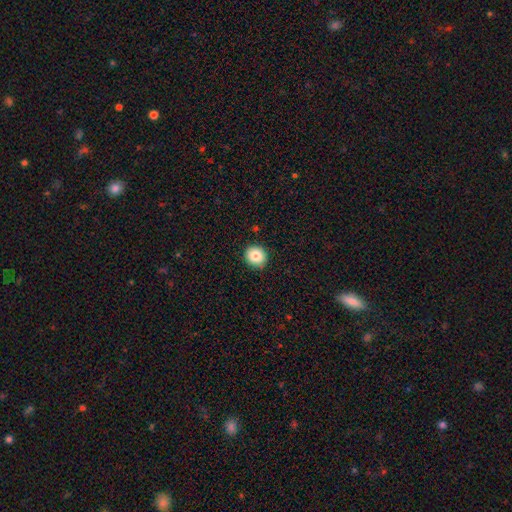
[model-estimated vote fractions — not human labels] smooth 84%, star or artifact 9%, featured or disk 7%. Down the decision tree: how rounded — round (85%); merging — none (90%).